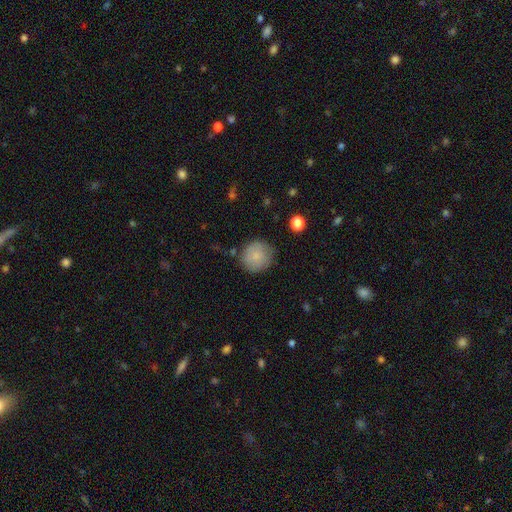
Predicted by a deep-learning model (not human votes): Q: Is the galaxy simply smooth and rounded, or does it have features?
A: smooth — 79%.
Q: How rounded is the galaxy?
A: round — 89%.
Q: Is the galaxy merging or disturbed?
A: none — 78%.